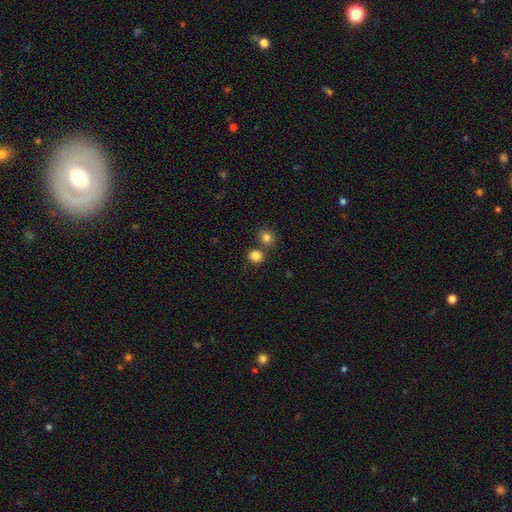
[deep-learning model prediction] smooth_or_featured: smooth (p=0.83) [alt: star or artifact p=0.12]
how_rounded: round (p=0.80) [alt: in between p=0.19]
merging: none (p=0.68) [alt: merger p=0.21]